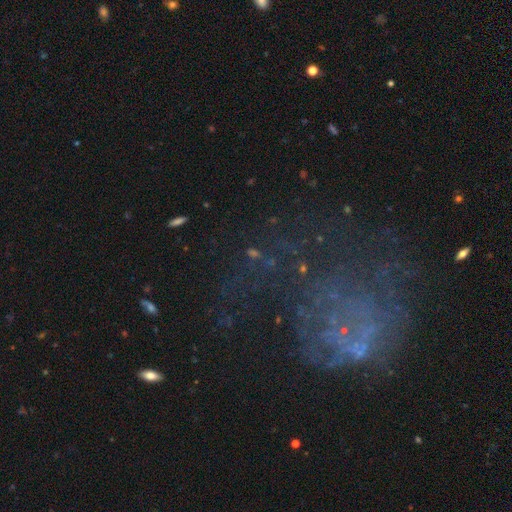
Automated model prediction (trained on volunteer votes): smooth-or-featured: star or artifact: 44% | featured or disk: 36% | smooth: 20%